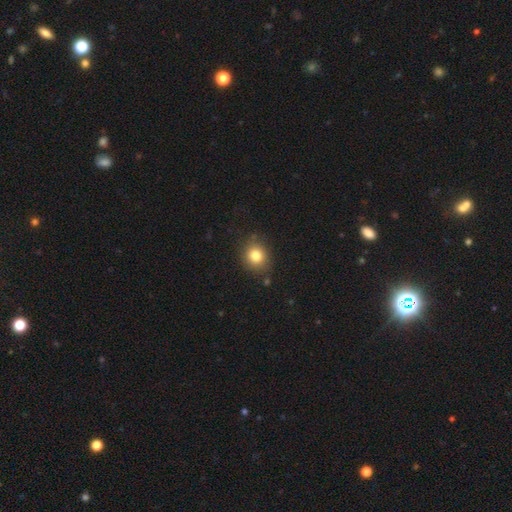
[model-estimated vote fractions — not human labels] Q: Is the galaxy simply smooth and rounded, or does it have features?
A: smooth — 81%.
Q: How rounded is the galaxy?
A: round — 77%.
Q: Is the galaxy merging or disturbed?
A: none — 82%.